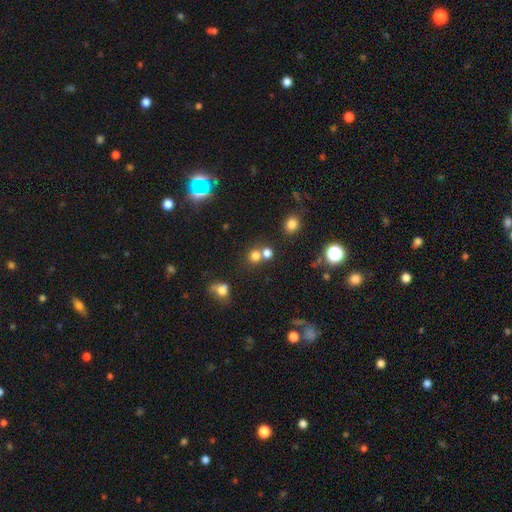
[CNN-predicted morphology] type=smooth (71%); roundness=round (84%); merging=none (53%).